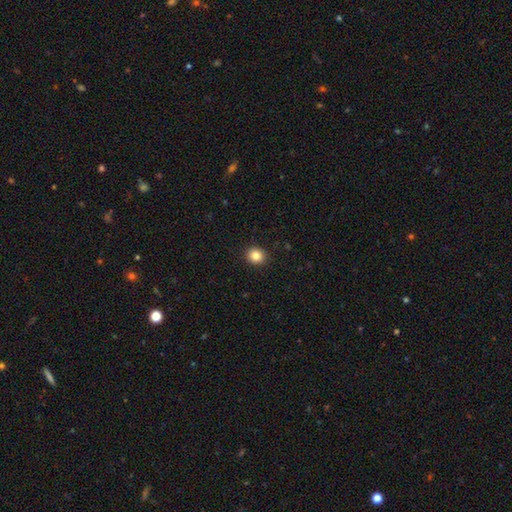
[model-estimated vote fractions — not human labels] A smooth galaxy with no disk features (84%) that is round (79%). Merging: none (92%).